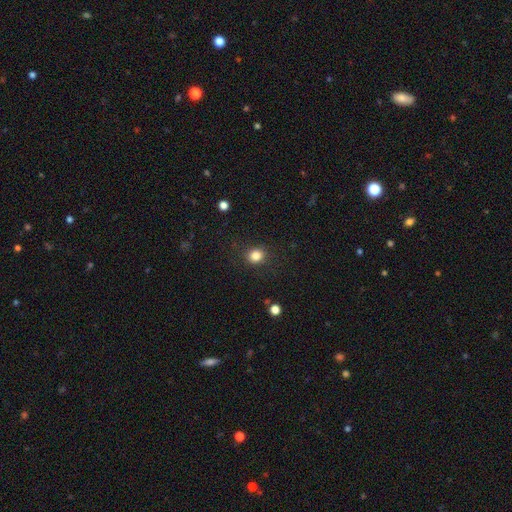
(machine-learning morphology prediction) smooth_or_featured: smooth (p=0.84) [alt: star or artifact p=0.12]
how_rounded: round (p=0.74) [alt: in between p=0.26]
merging: none (p=0.87) [alt: minor disturbance p=0.09]